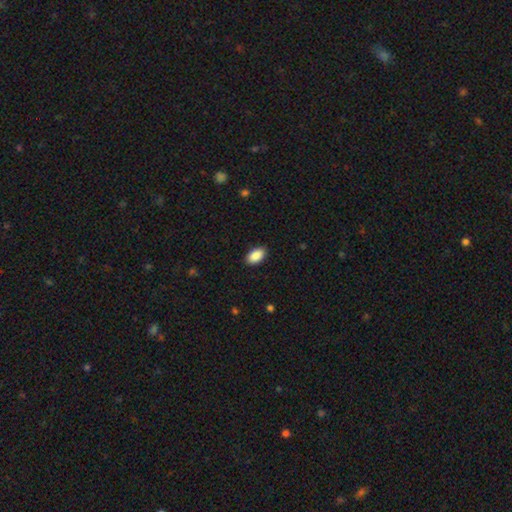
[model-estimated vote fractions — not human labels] Smooth or featured?
  - smooth: 90% *
  - star or artifact: 7%
  - featured or disk: 3%
How rounded?
  - in between: 94% *
  - round: 4%
  - cigar-shaped: 2%
Merging?
  - none: 90% *
  - minor disturbance: 7%
  - major disturbance: 2%
  - merger: 1%